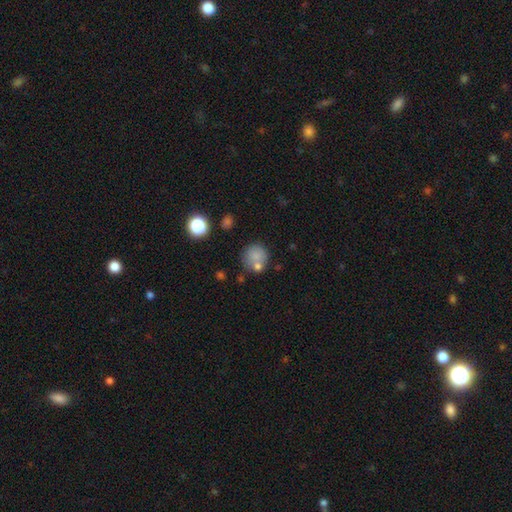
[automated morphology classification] Overall: smooth (77%). How rounded: round (89%). Merging: none (63%).